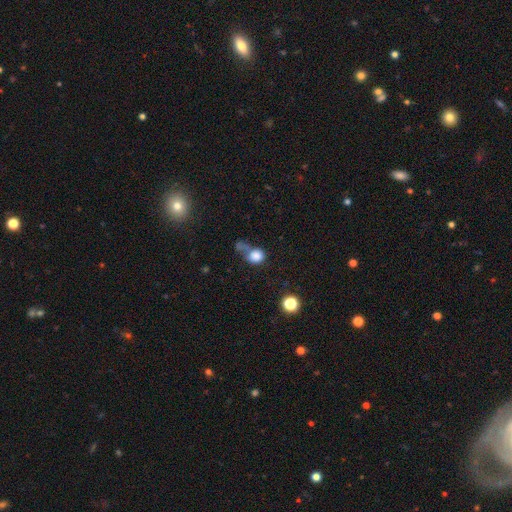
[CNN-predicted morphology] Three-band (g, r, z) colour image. It shows a smooth galaxy with no disk features (81%) that is round (74%). Merging: none (33%).